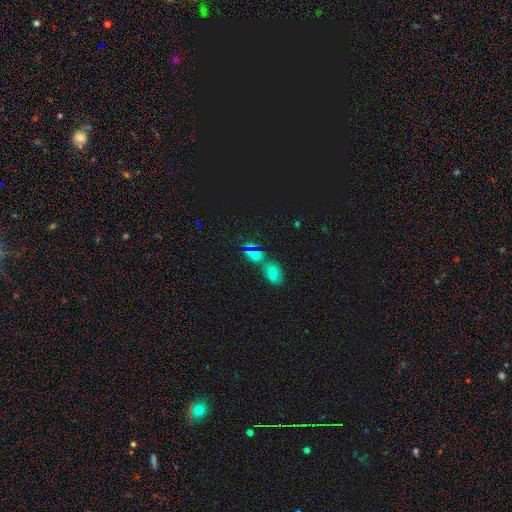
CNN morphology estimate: A smooth galaxy with no disk features (46%). Merging: merger (42%).